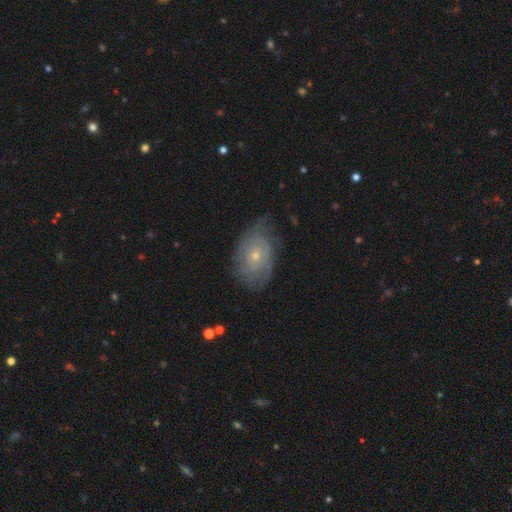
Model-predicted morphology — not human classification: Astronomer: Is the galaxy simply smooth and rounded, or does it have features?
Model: featured or disk — 68%.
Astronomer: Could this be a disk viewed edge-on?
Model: no — 95%.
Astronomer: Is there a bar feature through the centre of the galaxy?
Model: no — 82%.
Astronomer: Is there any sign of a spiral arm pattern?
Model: yes — 82%.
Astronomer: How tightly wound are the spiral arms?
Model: tight — 65%.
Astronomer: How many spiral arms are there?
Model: can't tell — 54%.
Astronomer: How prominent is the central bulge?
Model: small — 70%.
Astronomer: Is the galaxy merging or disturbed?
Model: none — 65%.